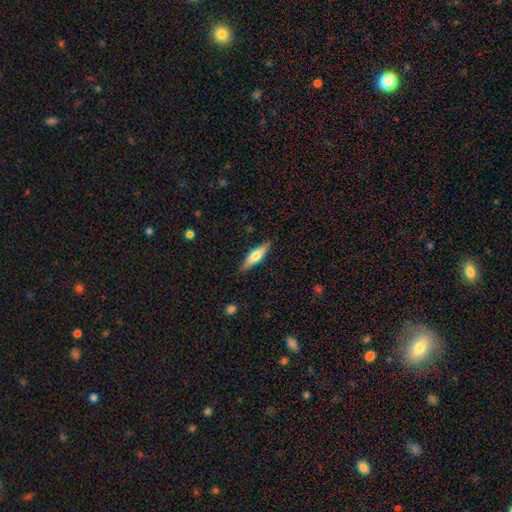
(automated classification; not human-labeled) A smooth galaxy with no disk features (48%).

Vote fractions:
- Smooth or featured? smooth: 48% / featured or disk: 46% / star or artifact: 5%
- Merging? none: 89% / minor disturbance: 8% / major disturbance: 2% / merger: 1%